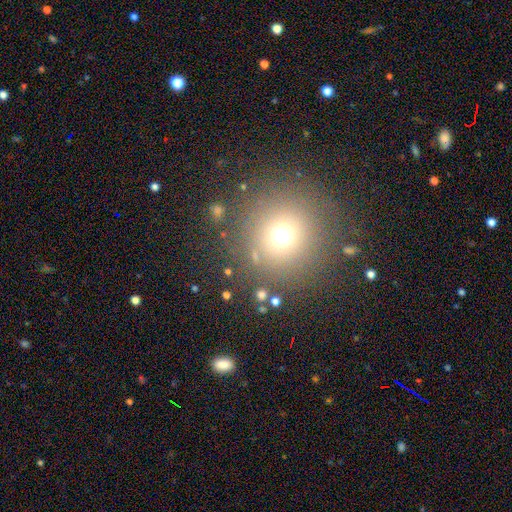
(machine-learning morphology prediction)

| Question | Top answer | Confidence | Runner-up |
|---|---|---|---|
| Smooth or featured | smooth | 65% | star or artifact (25%) |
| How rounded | round | 94% | in between (5%) |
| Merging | none | 82% | minor disturbance (8%) |